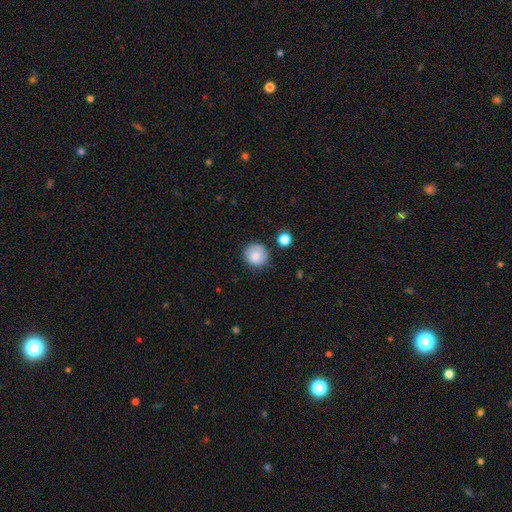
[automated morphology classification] Smooth or featured: smooth — 84% (star or artifact — 9%)
How rounded: round — 92% (in between — 7%)
Merging: none — 83% (minor disturbance — 11%)